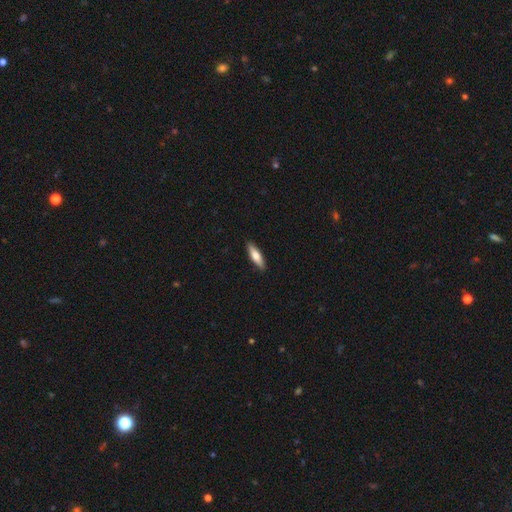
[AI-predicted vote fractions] The model was most divided on "how rounded": cigar-shaped: 64%, in between: 34%, round: 2%. More confident: merging — none (90%); smooth or featured — smooth (67%).